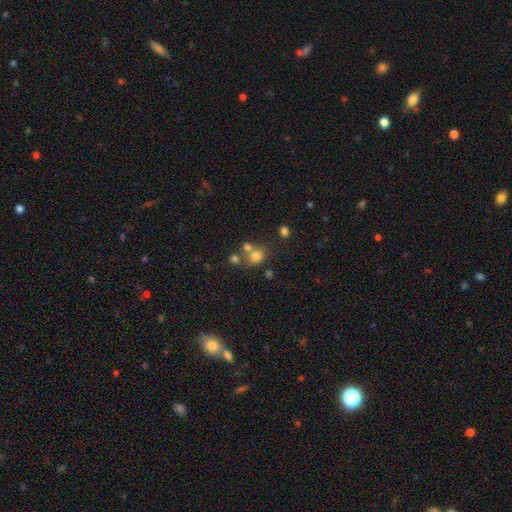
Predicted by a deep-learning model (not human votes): Morphology: type=smooth (73%); roundness=round (76%); merging=none (53%).